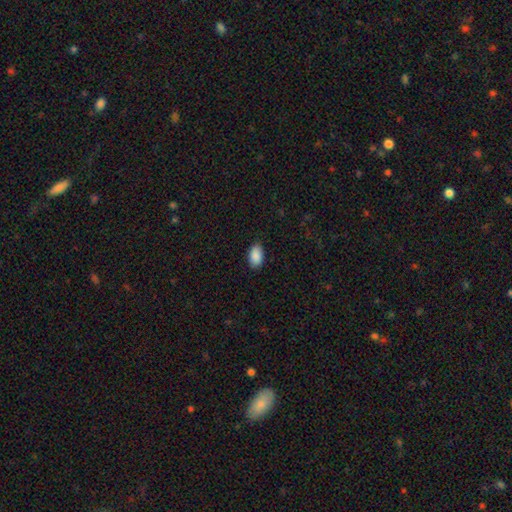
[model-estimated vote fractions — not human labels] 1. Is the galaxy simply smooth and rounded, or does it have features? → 90% smooth, 7% star or artifact, 3% featured or disk.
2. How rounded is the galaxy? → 94% in between, 5% round, 1% cigar-shaped.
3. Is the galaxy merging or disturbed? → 87% none, 10% minor disturbance, 2% major disturbance, 1% merger.